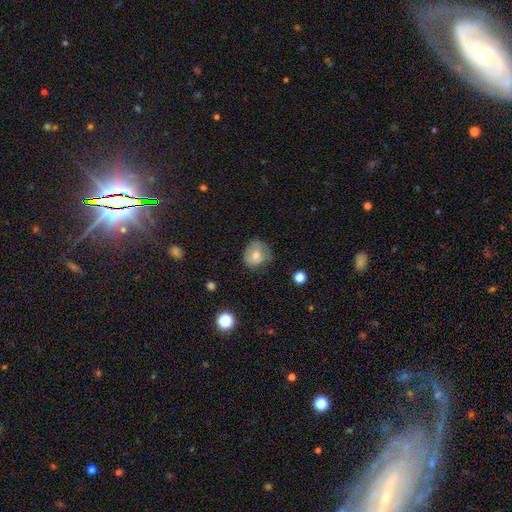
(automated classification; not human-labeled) Smooth or featured? Predicted: smooth (p=0.72). How rounded? Predicted: round (p=0.77). Merging? Predicted: none (p=0.54).